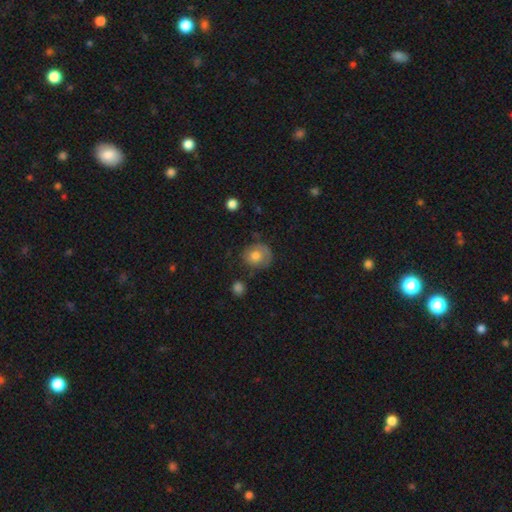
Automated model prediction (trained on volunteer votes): The model was most divided on "smooth or featured": smooth: 64%, featured or disk: 28%, star or artifact: 8%. More confident: how rounded — round (75%); merging — none (64%).